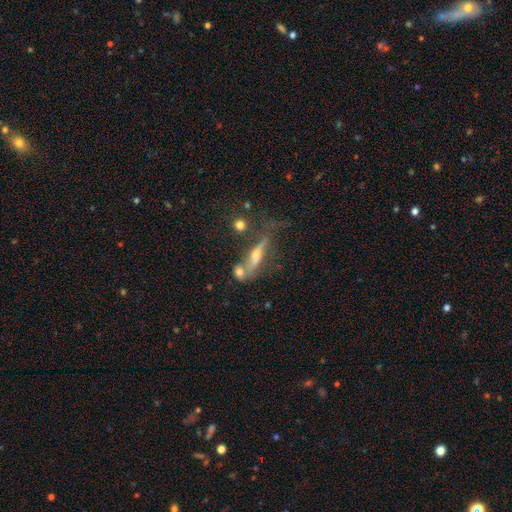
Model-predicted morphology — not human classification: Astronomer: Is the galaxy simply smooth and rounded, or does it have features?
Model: featured or disk — 63%.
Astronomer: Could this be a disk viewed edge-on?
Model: yes — 74%.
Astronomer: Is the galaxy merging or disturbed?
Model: none — 36% (runner-up: merger, 29%).